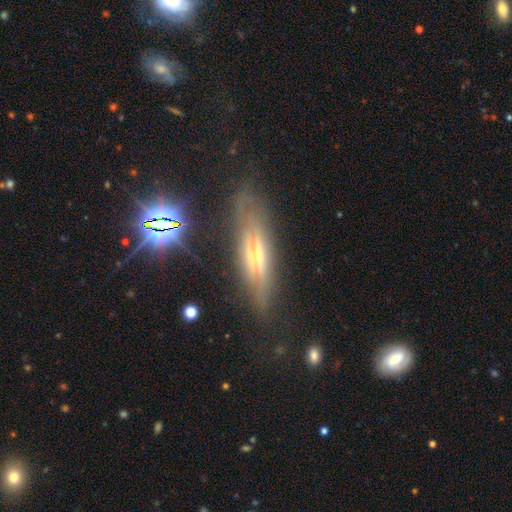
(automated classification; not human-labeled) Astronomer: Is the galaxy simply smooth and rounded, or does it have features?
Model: featured or disk — 72%.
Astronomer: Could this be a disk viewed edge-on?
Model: yes — 92%.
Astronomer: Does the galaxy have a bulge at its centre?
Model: rounded — 62%.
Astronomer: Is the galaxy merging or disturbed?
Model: none — 76%.